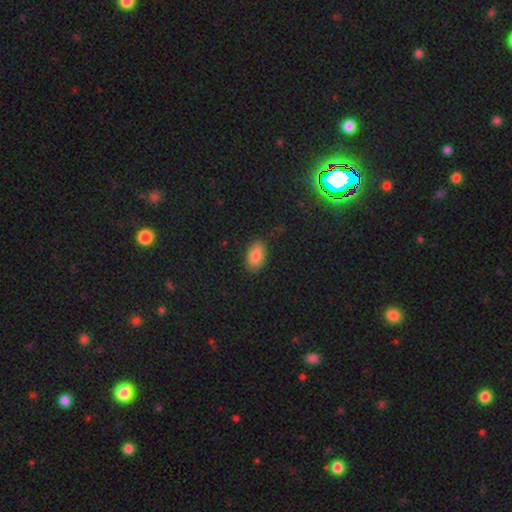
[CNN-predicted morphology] Overall: smooth (84%). How rounded: in between (92%). Merging: none (86%).